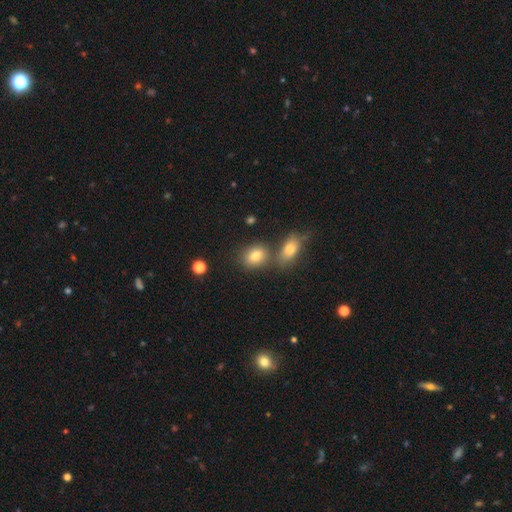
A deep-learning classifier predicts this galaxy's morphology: Q: Smooth or featured?
A: smooth (80%); runner-up: star or artifact (11%)
Q: How rounded?
A: in between (64%); runner-up: round (34%)
Q: Merging?
A: none (58%); runner-up: merger (27%)